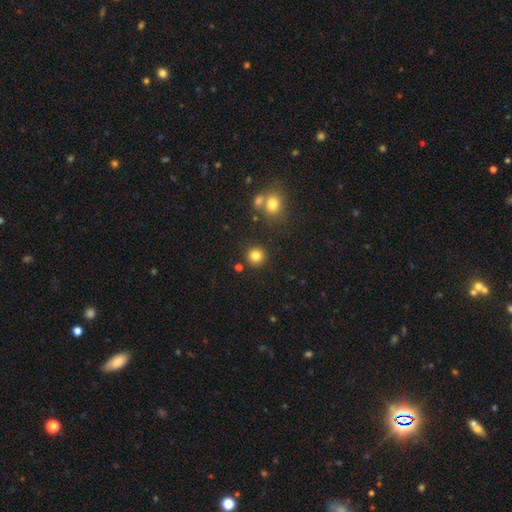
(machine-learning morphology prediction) smooth_or_featured: smooth (p=0.82) [alt: star or artifact p=0.12]
how_rounded: round (p=0.93) [alt: in between p=0.06]
merging: none (p=0.87) [alt: minor disturbance p=0.06]